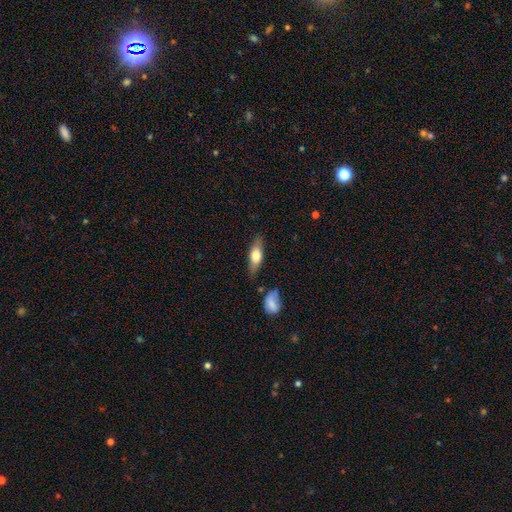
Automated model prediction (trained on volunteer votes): Q: Smooth or featured?
A: smooth (63%); runner-up: featured or disk (31%)
Q: How rounded?
A: in between (59%); runner-up: cigar-shaped (37%)
Q: Merging?
A: none (78%); runner-up: minor disturbance (15%)